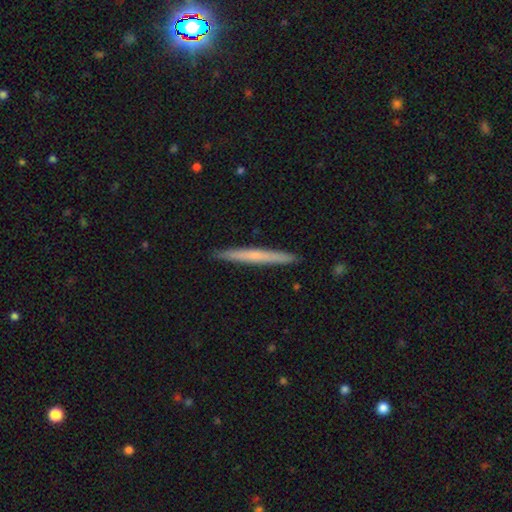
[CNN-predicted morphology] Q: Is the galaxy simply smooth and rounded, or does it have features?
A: smooth — 50%.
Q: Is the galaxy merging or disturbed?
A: none — 92%.